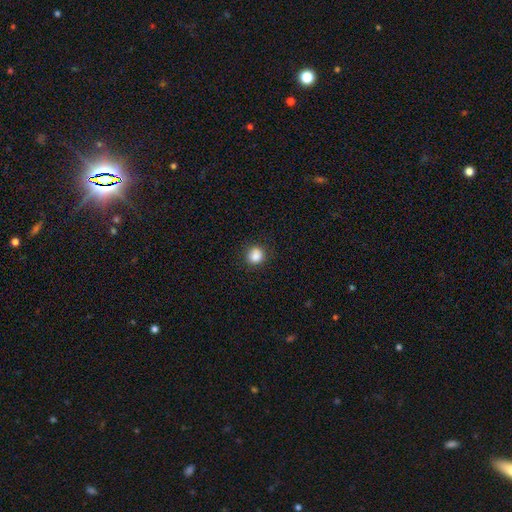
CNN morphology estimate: This appears to be a smooth galaxy with no disk features (87%) that is round (85%). Merging: none (87%).